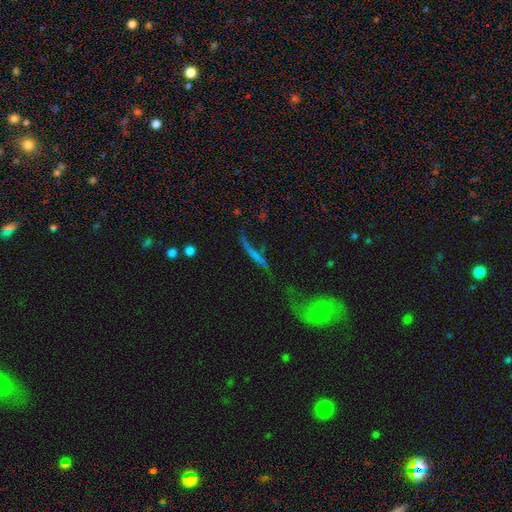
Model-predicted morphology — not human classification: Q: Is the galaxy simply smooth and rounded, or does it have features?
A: featured or disk — 52%.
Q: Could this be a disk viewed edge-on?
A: yes — 63%.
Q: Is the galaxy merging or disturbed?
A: none — 49%.